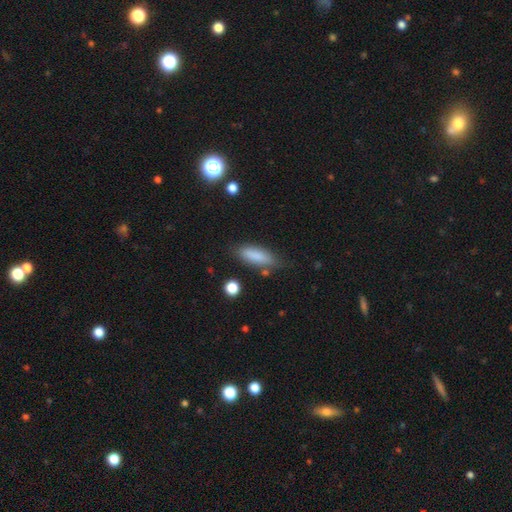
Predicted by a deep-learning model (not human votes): Smooth or featured?
  - smooth: 85% *
  - featured or disk: 8%
  - star or artifact: 7%
How rounded?
  - in between: 59% *
  - cigar-shaped: 39%
  - round: 2%
Merging?
  - none: 78% *
  - minor disturbance: 15%
  - major disturbance: 4%
  - merger: 4%